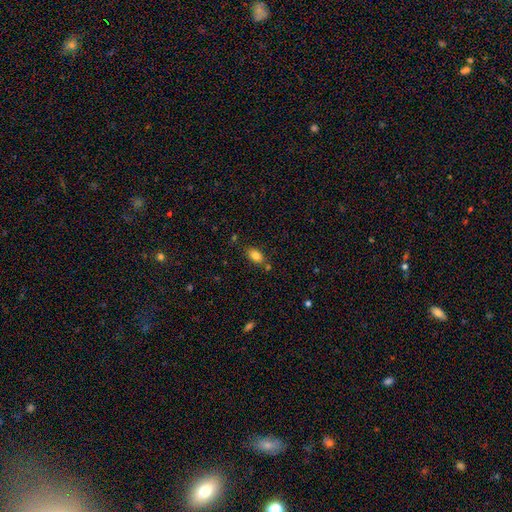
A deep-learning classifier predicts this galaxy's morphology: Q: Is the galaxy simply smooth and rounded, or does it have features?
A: smooth — 82%.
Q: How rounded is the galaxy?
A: in between — 87%.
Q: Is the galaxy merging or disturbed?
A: none — 74%.